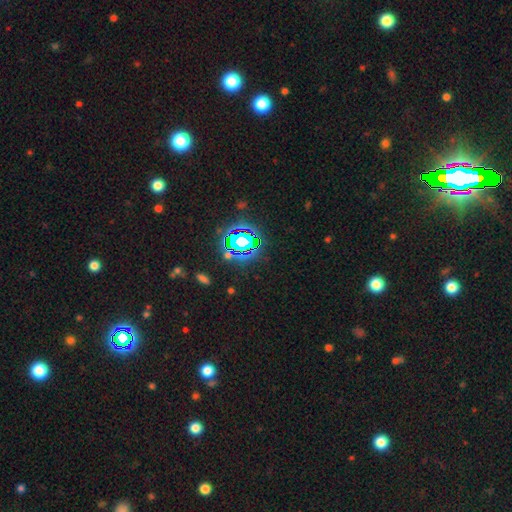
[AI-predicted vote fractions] Smooth or featured? Predicted: star or artifact (p=0.77).